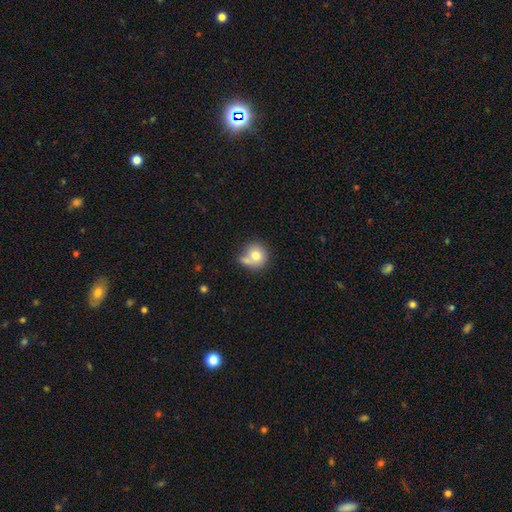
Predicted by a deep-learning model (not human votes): Smooth or featured? smooth (75%)
How rounded? round (86%)
Merging? none (45%)